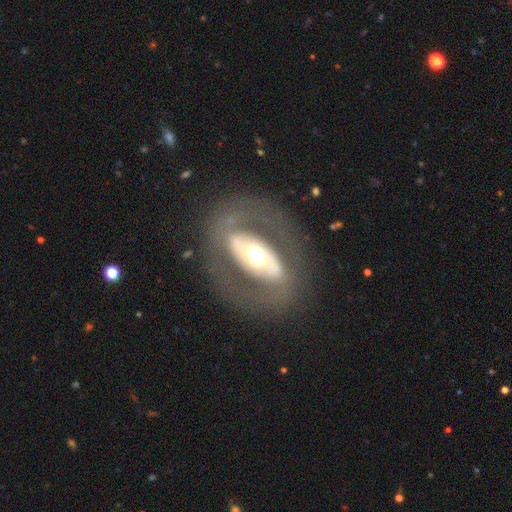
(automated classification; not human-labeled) smooth_or_featured: featured or disk (p=0.67) [alt: smooth p=0.26]
disk_edge_on: no (p=0.89) [alt: yes p=0.11]
bar: no (p=0.57) [alt: strong p=0.25]
has_spiral_arms: no (p=0.66) [alt: yes p=0.34]
bulge_size: moderate (p=0.54) [alt: large p=0.32]
merging: none (p=0.75) [alt: major disturbance p=0.12]